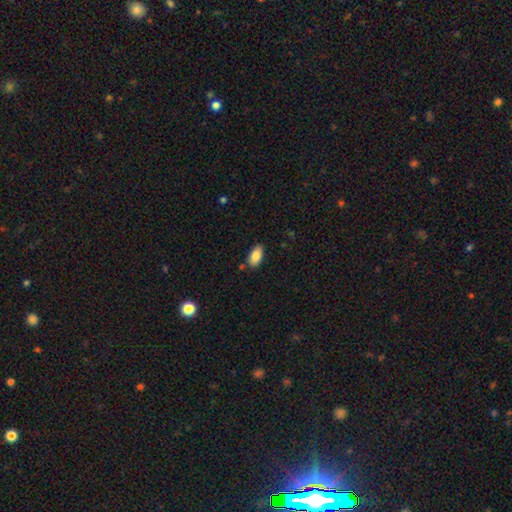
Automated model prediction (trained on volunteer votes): Smooth or featured? smooth (86%)
How rounded? in between (93%)
Merging? none (82%)